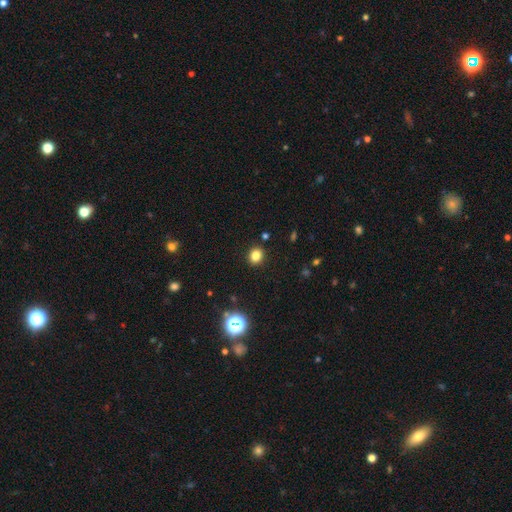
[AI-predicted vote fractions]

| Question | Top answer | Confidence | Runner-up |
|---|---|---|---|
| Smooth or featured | smooth | 81% | star or artifact (14%) |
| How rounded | round | 66% | in between (33%) |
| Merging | none | 90% | minor disturbance (7%) |